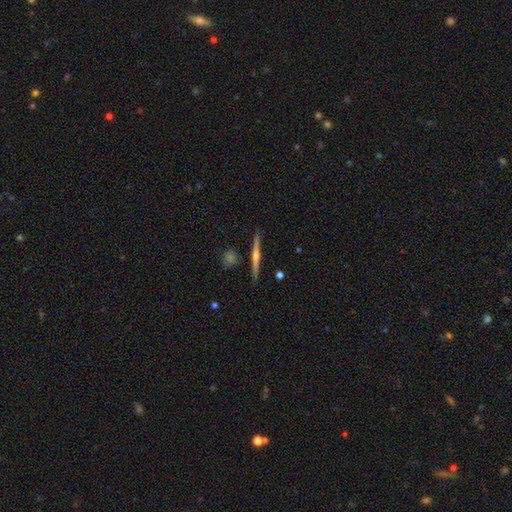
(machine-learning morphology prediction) Q: Smooth or featured?
A: featured or disk (75%); runner-up: smooth (19%)
Q: Edge-on disk?
A: yes (98%); runner-up: no (2%)
Q: Edge-on bulge?
A: rounded (81%); runner-up: none (12%)
Q: Merging?
A: none (90%); runner-up: minor disturbance (6%)